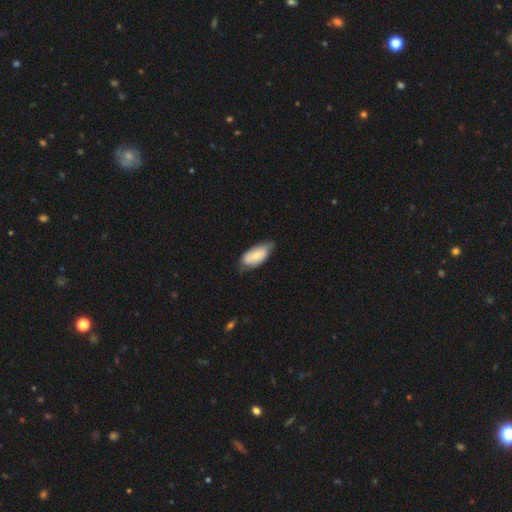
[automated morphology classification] A smooth galaxy with no disk features (62%) that is in between round and cigar-shaped (91%). Merging: none (59%).